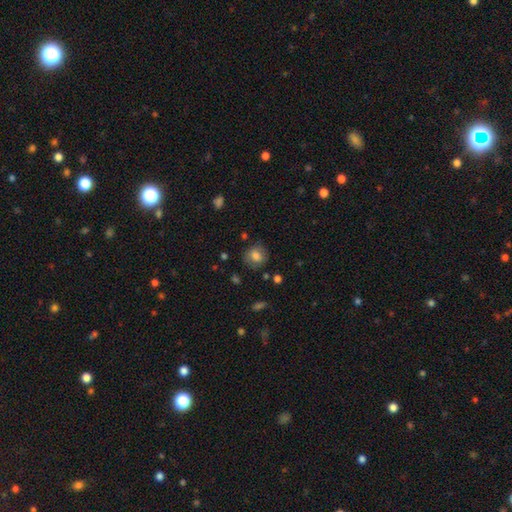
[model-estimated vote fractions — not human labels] Smooth or featured? smooth (79%)
How rounded? round (74%)
Merging? none (79%)